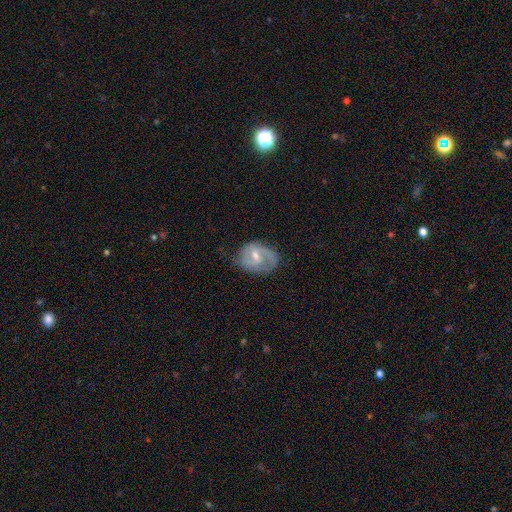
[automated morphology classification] A featured or disk galaxy (71%) with a weak bar (55%), 2 (68%) medium (43%) spiral arms (83%) and a moderate central bulge (58%). Merging: none (63%).